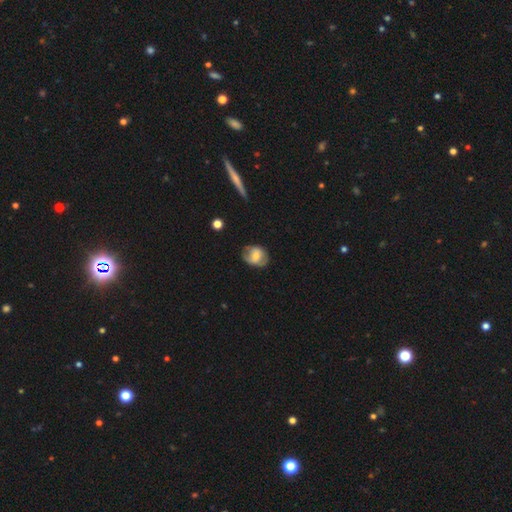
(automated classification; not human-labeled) smooth 52%, featured or disk 40%, star or artifact 8%. Down the decision tree: how rounded — in between (53%); merging — none (61%).